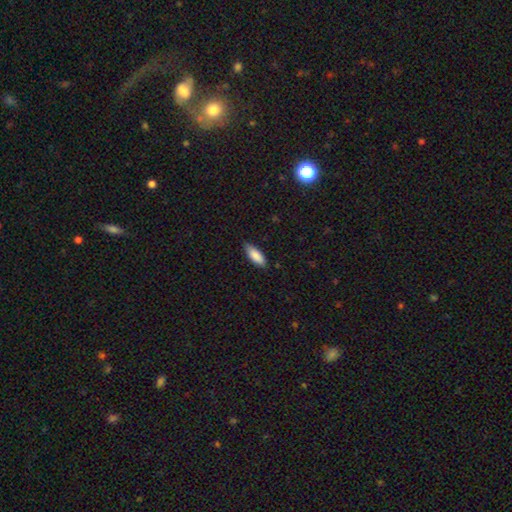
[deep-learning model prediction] A smooth galaxy with no disk features (87%) that is in between round and cigar-shaped (71%).

Vote fractions:
- Smooth or featured? smooth: 87% / featured or disk: 7% / star or artifact: 6%
- How rounded? in between: 71% / cigar-shaped: 27% / round: 2%
- Merging? none: 79% / minor disturbance: 18% / major disturbance: 2% / merger: 1%